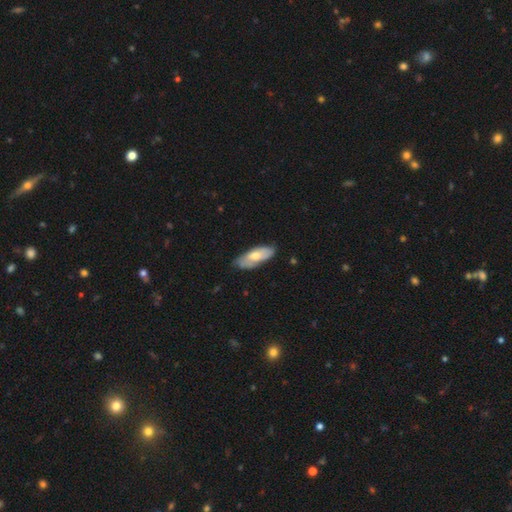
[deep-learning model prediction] The model was most divided on "smooth or featured": smooth: 59%, featured or disk: 35%, star or artifact: 6%. More confident: how rounded — in between (74%); merging — none (73%).